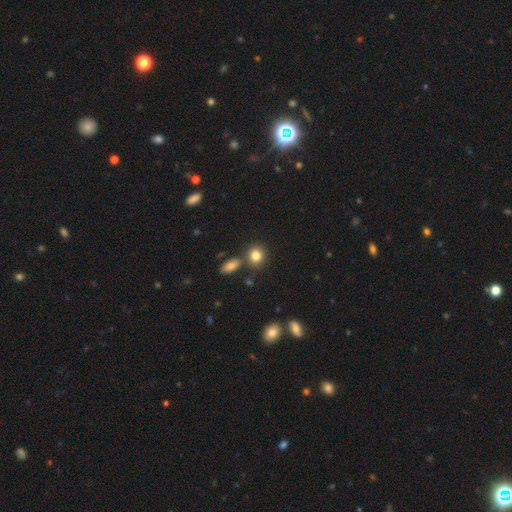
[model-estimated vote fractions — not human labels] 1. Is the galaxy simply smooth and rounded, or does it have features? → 82% smooth, 11% star or artifact, 8% featured or disk.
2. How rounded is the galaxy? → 72% round, 26% in between, 1% cigar-shaped.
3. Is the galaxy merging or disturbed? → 72% none, 14% merger, 10% minor disturbance, 3% major disturbance.